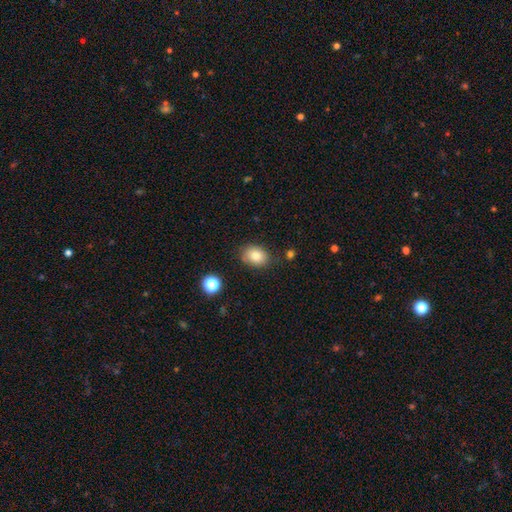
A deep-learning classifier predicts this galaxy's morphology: Smooth or featured?
  - smooth: 82% *
  - star or artifact: 10%
  - featured or disk: 8%
How rounded?
  - in between: 61% *
  - round: 38%
  - cigar-shaped: 1%
Merging?
  - none: 78% *
  - minor disturbance: 16%
  - major disturbance: 3%
  - merger: 3%